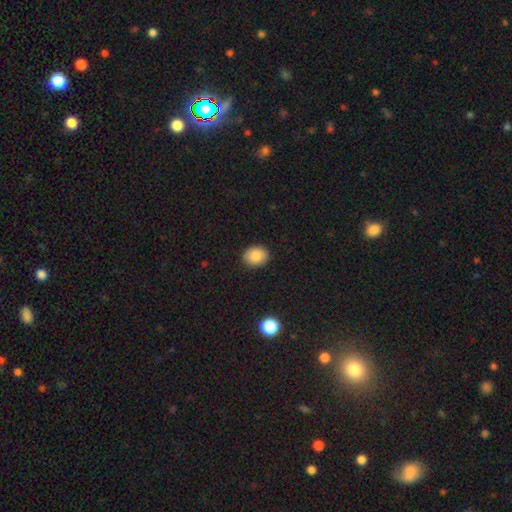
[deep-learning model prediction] Q: Smooth or featured?
A: smooth (86%); runner-up: star or artifact (8%)
Q: How rounded?
A: in between (50%); runner-up: round (49%)
Q: Merging?
A: none (90%); runner-up: minor disturbance (7%)